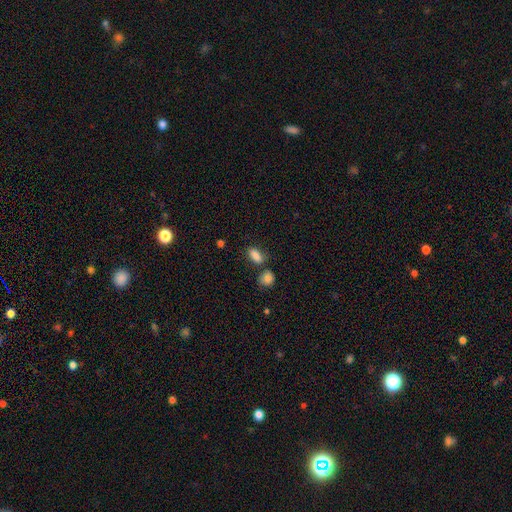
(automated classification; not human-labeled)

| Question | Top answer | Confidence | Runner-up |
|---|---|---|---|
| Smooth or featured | smooth | 86% | star or artifact (9%) |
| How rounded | in between | 85% | round (9%) |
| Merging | none | 65% | minor disturbance (15%) |